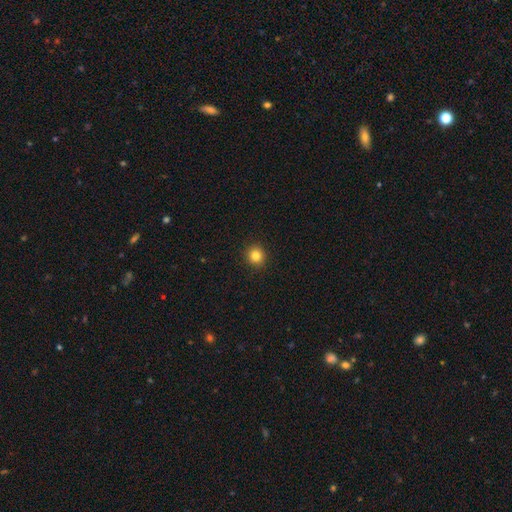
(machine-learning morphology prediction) Smooth or featured? Predicted: smooth (p=0.83). How rounded? Predicted: round (p=0.91). Merging? Predicted: none (p=0.92).